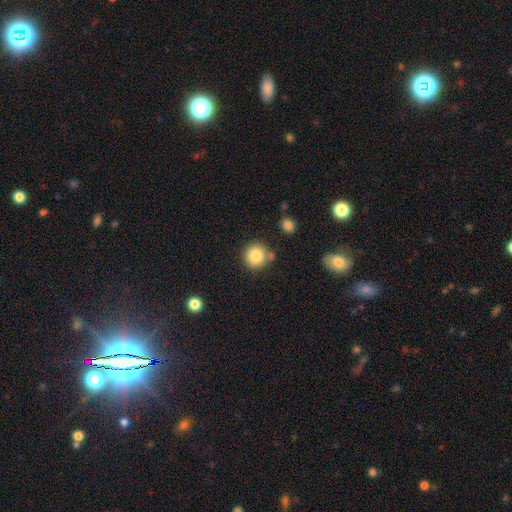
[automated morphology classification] A smooth galaxy with no disk features (85%) that is round (93%).

Vote fractions:
- Smooth or featured? smooth: 85% / star or artifact: 9% / featured or disk: 6%
- How rounded? round: 93% / in between: 6% / cigar-shaped: 1%
- Merging? none: 78% / minor disturbance: 10% / merger: 9% / major disturbance: 3%